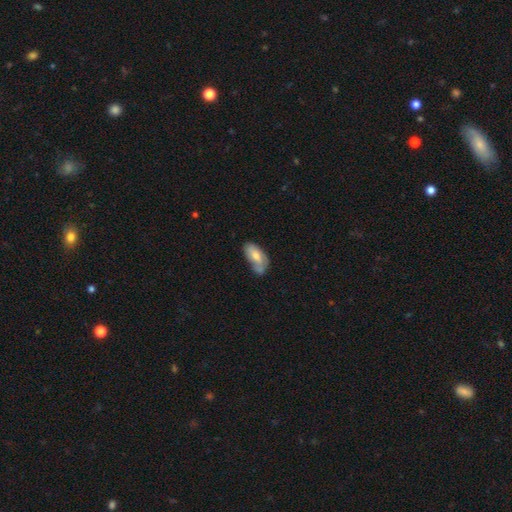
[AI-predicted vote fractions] A smooth galaxy with no disk features (62%) that is in between round and cigar-shaped (90%). Merging: none (44%).